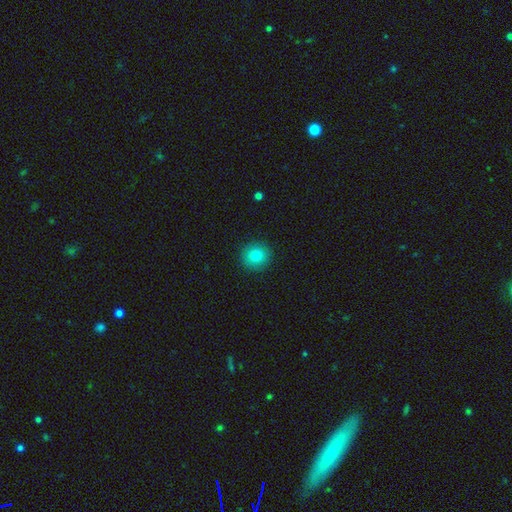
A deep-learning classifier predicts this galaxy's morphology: This is clearly a smooth galaxy (82%). How rounded: clearly round (91%). Merging: clearly none (91%).